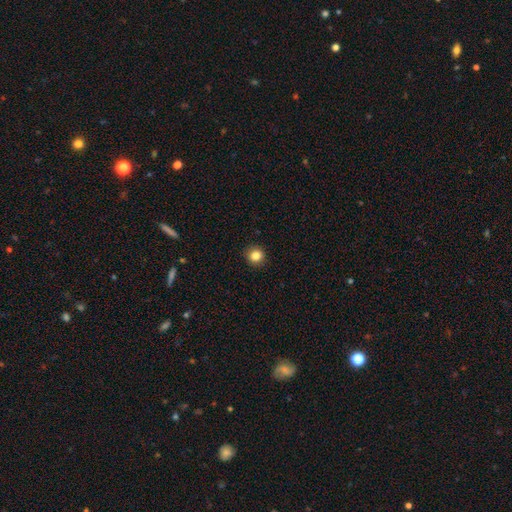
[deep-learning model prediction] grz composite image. It shows a smooth galaxy with no disk features (84%) that is round (93%). Merging: none (92%).